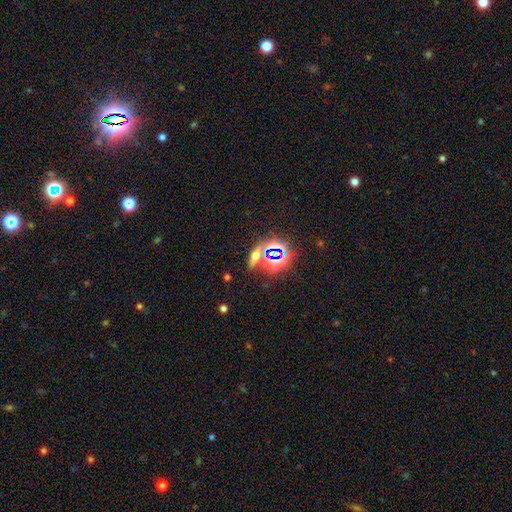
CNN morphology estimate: Smooth or featured? Predicted: star or artifact (p=0.42).